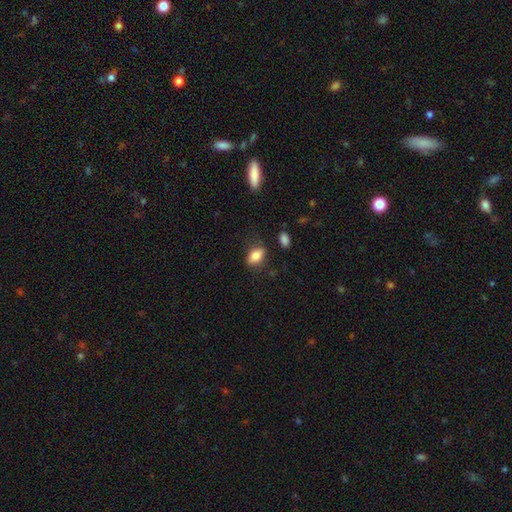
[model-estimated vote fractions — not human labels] A smooth galaxy with no disk features (82%) that is in between round and cigar-shaped (85%). Merging: none (78%).